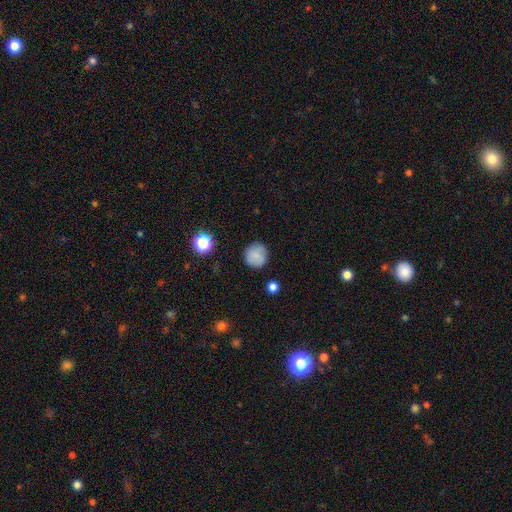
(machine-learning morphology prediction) A smooth galaxy with no disk features (81%) that is round (94%).

Vote fractions:
- Smooth or featured? smooth: 81% / star or artifact: 9% / featured or disk: 9%
- How rounded? round: 94% / in between: 5% / cigar-shaped: 1%
- Merging? none: 86% / minor disturbance: 10% / major disturbance: 3% / merger: 2%